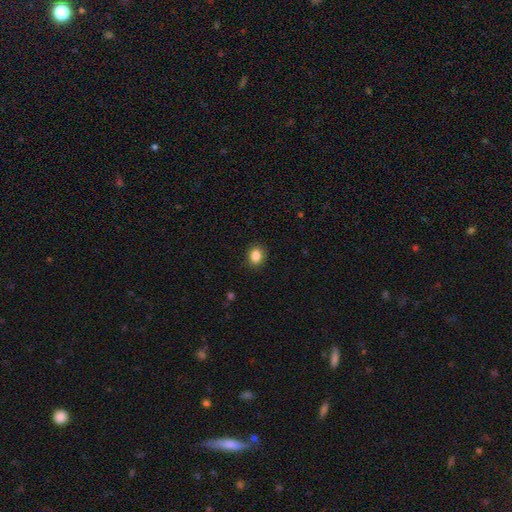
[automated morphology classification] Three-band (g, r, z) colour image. It shows a smooth galaxy with no disk features (86%) that is round (55%). Merging: none (88%).